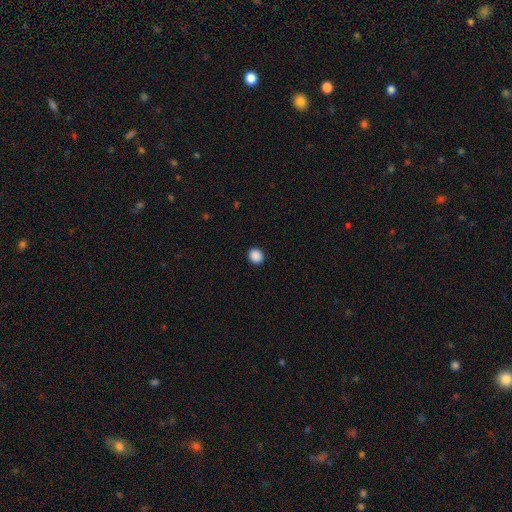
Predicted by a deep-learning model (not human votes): Q: Smooth or featured?
A: smooth (89%); runner-up: star or artifact (9%)
Q: How rounded?
A: round (82%); runner-up: in between (17%)
Q: Merging?
A: none (92%); runner-up: minor disturbance (5%)